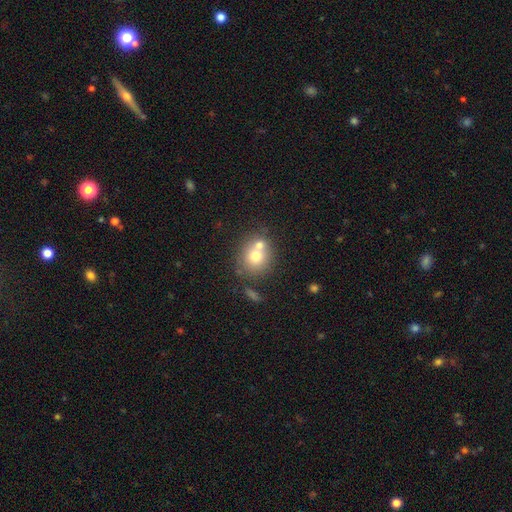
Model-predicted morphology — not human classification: type=smooth (69%); roundness=round (79%); merging=none (46%).